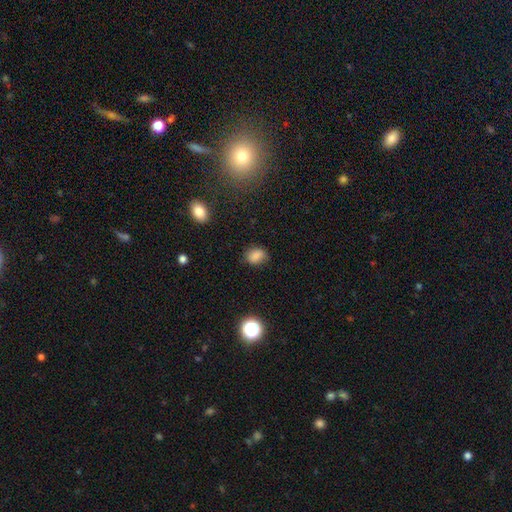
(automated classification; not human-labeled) The model was most divided on "how rounded": in between: 61%, round: 37%, cigar-shaped: 1%. More confident: smooth or featured — smooth (82%); merging — none (73%).